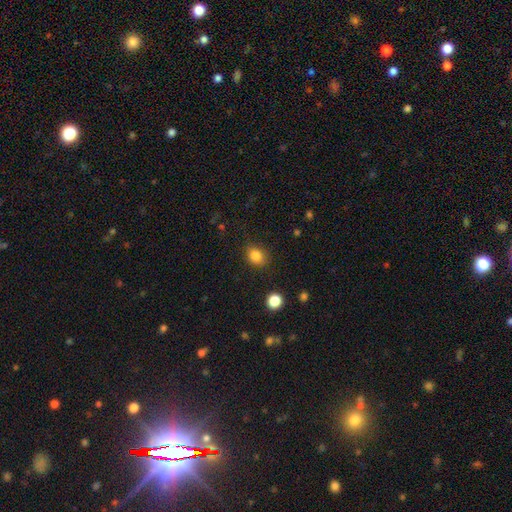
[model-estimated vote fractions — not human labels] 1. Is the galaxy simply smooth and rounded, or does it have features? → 84% smooth, 11% star or artifact, 5% featured or disk.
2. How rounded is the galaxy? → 50% in between, 49% round, 1% cigar-shaped.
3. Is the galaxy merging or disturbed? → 80% none, 14% minor disturbance, 4% major disturbance, 2% merger.